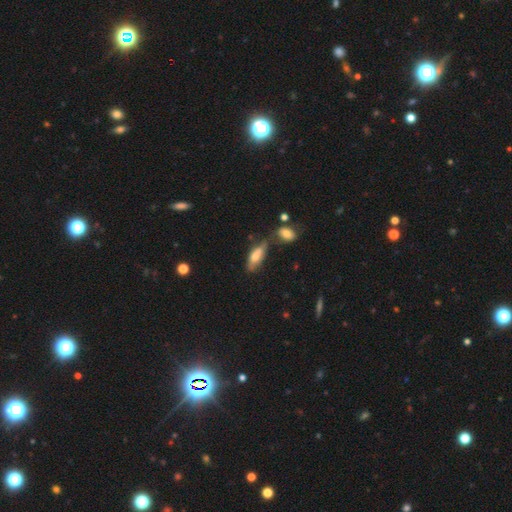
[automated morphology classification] Smooth or featured?
  - smooth: 63% *
  - featured or disk: 29%
  - star or artifact: 8%
How rounded?
  - in between: 64% *
  - cigar-shaped: 34%
  - round: 2%
Merging?
  - none: 51% *
  - minor disturbance: 25%
  - merger: 15%
  - major disturbance: 9%